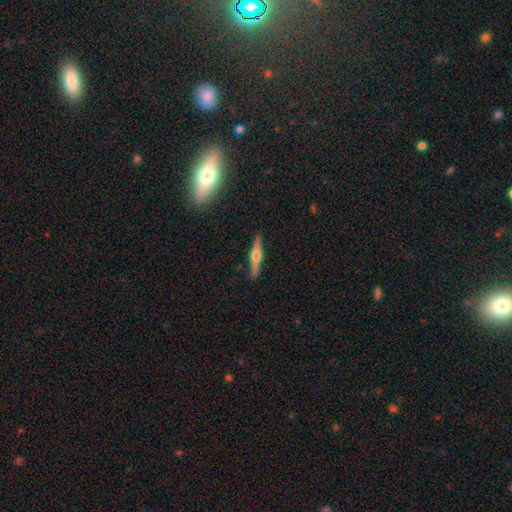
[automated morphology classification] Smooth or featured? Predicted: featured or disk (p=0.63). Edge-on disk? Predicted: yes (p=0.97). Edge-on bulge? Predicted: rounded (p=0.91). Merging? Predicted: none (p=0.90).